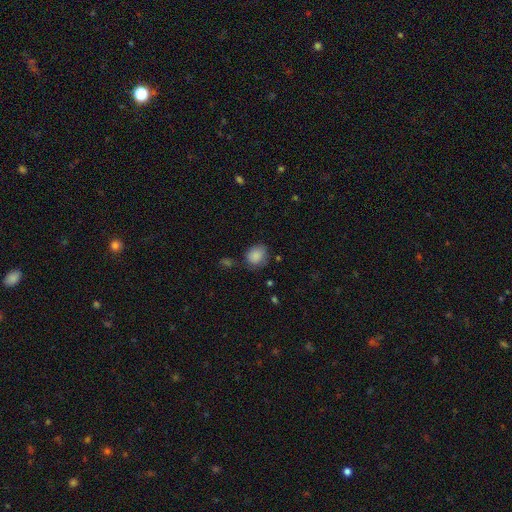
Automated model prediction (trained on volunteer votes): A smooth galaxy with no disk features (85%) that is round (64%).

Vote fractions:
- Smooth or featured? smooth: 85% / star or artifact: 9% / featured or disk: 6%
- How rounded? round: 64% / in between: 36% / cigar-shaped: 1%
- Merging? none: 66% / minor disturbance: 24% / major disturbance: 6% / merger: 4%